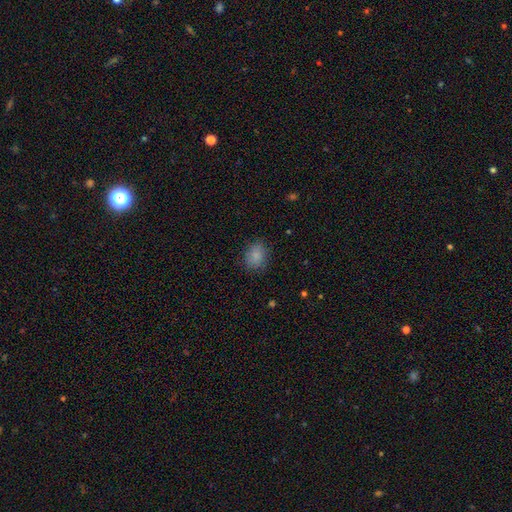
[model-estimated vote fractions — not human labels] Smooth or featured: smooth — 85% (star or artifact — 10%)
How rounded: in between — 55% (round — 44%)
Merging: none — 81% (minor disturbance — 14%)